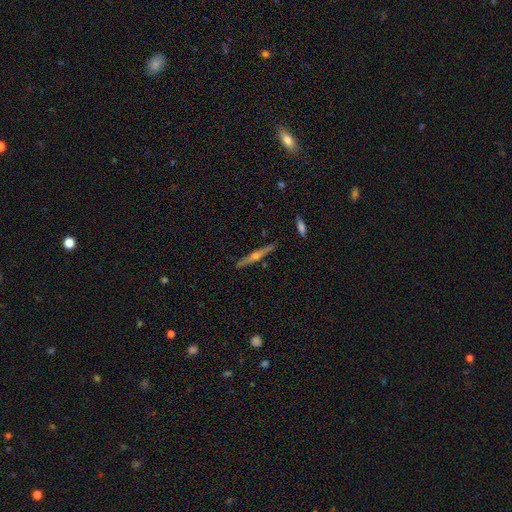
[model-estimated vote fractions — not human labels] smooth-or-featured: featured or disk: 71% | smooth: 23% | star or artifact: 7%
  disk-edge-on: yes: 97% | no: 3%
    edge-on-bulge: rounded: 88% | none: 9% | boxy: 3%
  merging: none: 89% | minor disturbance: 8% | merger: 2% | major disturbance: 1%